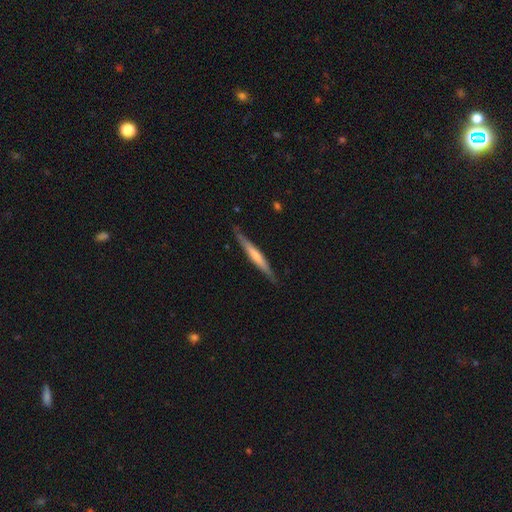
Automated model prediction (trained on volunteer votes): Smooth or featured: featured or disk — 50% (smooth — 45%)
Merging: none — 86% (minor disturbance — 11%)